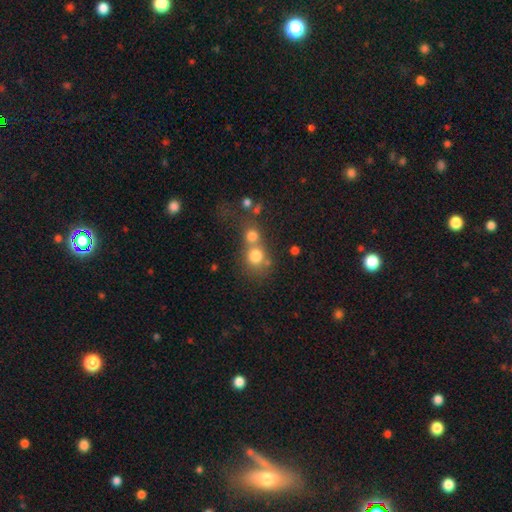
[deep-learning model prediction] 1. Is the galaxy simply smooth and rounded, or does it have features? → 74% smooth, 13% star or artifact, 13% featured or disk.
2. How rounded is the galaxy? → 83% round, 16% in between, 1% cigar-shaped.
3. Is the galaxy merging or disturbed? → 52% merger, 36% none, 7% minor disturbance, 5% major disturbance.